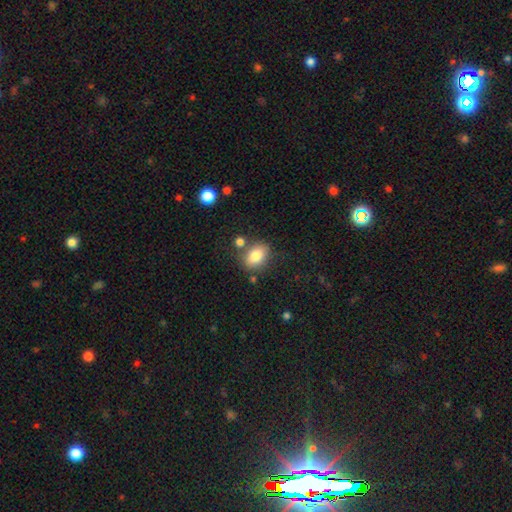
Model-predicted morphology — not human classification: A smooth galaxy with no disk features (81%) that is in between round and cigar-shaped (67%). Merging: none (73%).